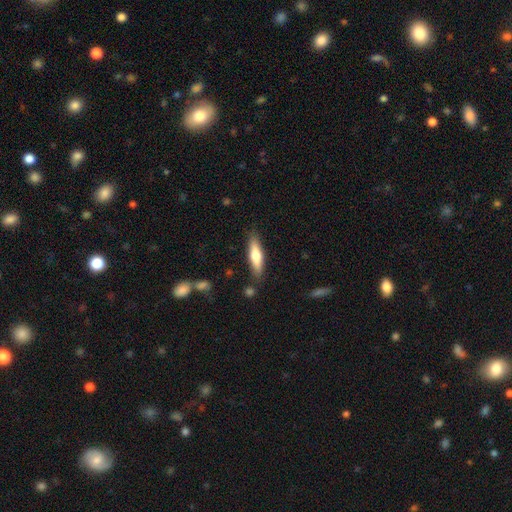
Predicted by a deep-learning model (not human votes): Overall: smooth (60%; featured or disk 35%). How rounded: cigar-shaped (72%). Merging: none (85%).